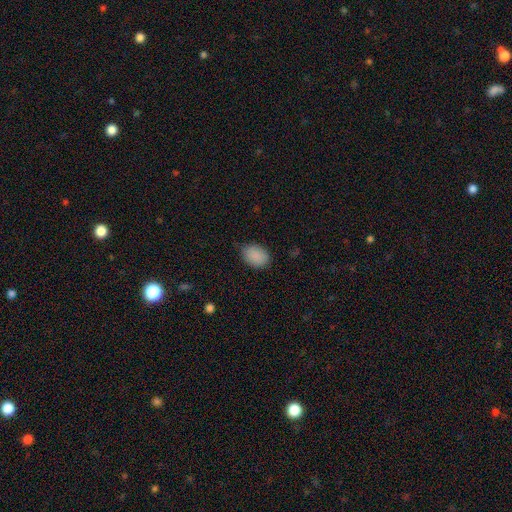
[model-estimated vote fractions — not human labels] smooth-or-featured: smooth: 89% | star or artifact: 7% | featured or disk: 3%
  how-rounded: in between: 79% | round: 20% | cigar-shaped: 1%
  merging: none: 76% | minor disturbance: 19% | major disturbance: 3% | merger: 1%